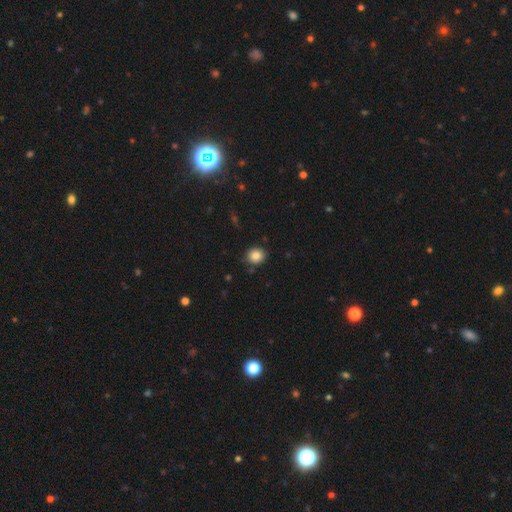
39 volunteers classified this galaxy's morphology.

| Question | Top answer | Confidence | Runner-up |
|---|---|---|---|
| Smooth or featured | smooth | 85% | featured or disk (8%) |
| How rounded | round | 94% | in between (6%) |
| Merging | none | 86% | minor disturbance (8%) |